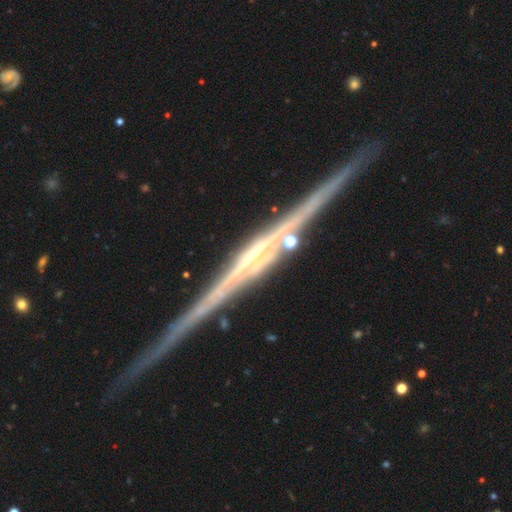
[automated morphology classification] Q: Smooth or featured?
A: featured or disk (90%); runner-up: star or artifact (6%)
Q: Edge-on disk?
A: yes (98%); runner-up: no (2%)
Q: Edge-on bulge?
A: rounded (50%); runner-up: boxy (27%)
Q: Merging?
A: none (88%); runner-up: minor disturbance (8%)